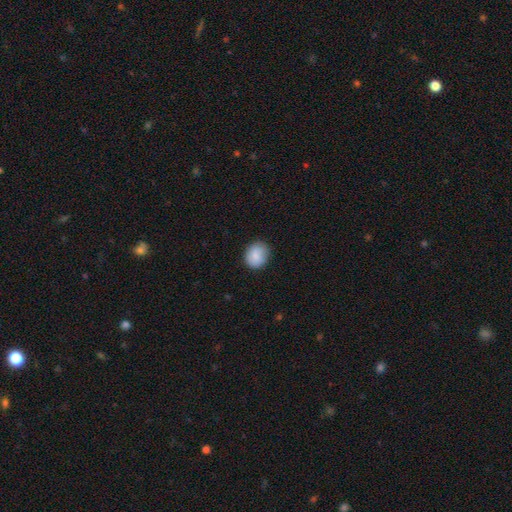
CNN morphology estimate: Overall: smooth (85%). How rounded: round (66%; in between 33%). Merging: none (83%).